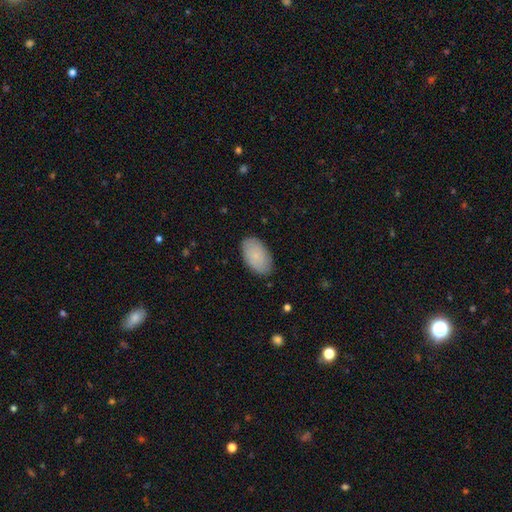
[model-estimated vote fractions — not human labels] Overall: smooth (79%). How rounded: in between (94%). Merging: none (85%).